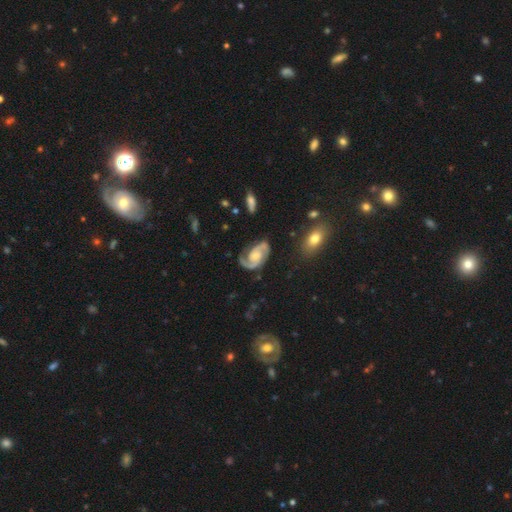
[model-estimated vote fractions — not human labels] Q: Smooth or featured?
A: featured or disk (91%); runner-up: smooth (5%)
Q: Edge-on disk?
A: no (98%); runner-up: yes (2%)
Q: Bar?
A: no (61%); runner-up: weak (30%)
Q: Spiral arms?
A: yes (98%); runner-up: no (2%)
Q: Spiral winding?
A: medium (54%); runner-up: tight (31%)
Q: Spiral arm count?
A: 2 (92%); runner-up: 1 (2%)
Q: Bulge size?
A: small (35%); runner-up: moderate (33%)
Q: Merging?
A: none (75%); runner-up: minor disturbance (16%)